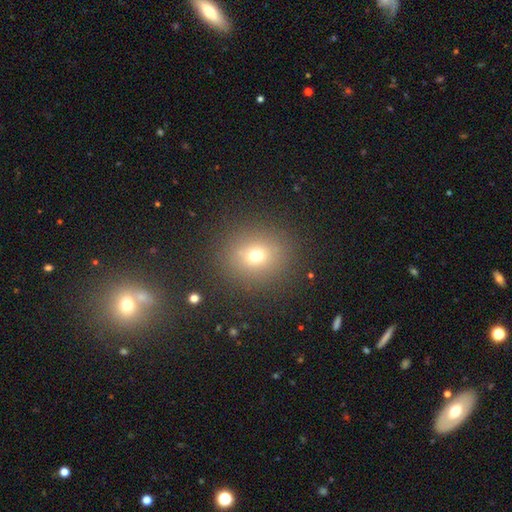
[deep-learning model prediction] smooth_or_featured: smooth (p=0.69) [alt: star or artifact p=0.19]
how_rounded: round (p=0.83) [alt: in between p=0.16]
merging: none (p=0.87) [alt: minor disturbance p=0.08]